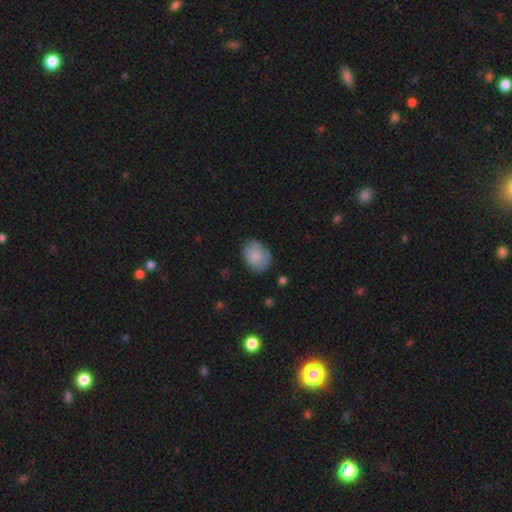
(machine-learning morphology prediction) Overall: smooth (72%). How rounded: in between (61%; round 38%). Merging: none (73%).